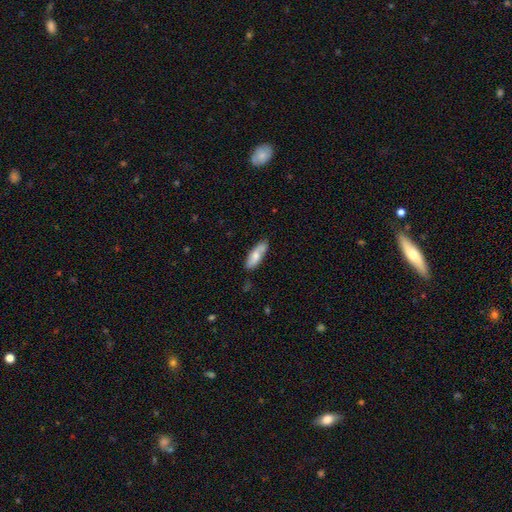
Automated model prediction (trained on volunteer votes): smooth-or-featured: smooth: 63% | featured or disk: 31% | star or artifact: 6%
  how-rounded: in between: 63% | cigar-shaped: 35% | round: 2%
  merging: none: 79% | minor disturbance: 16% | major disturbance: 3% | merger: 2%